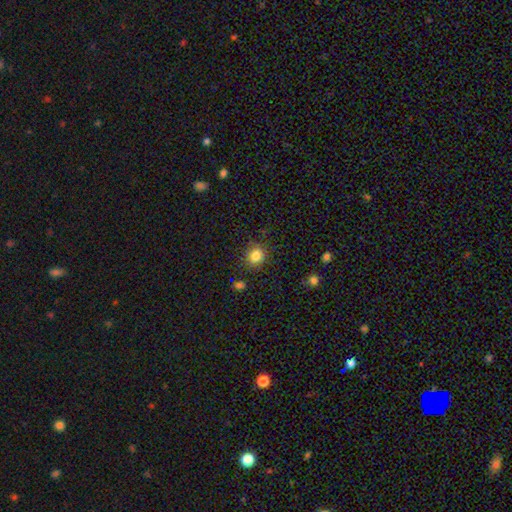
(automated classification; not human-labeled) A smooth galaxy with no disk features (83%) that is round (79%).

Vote fractions:
- Smooth or featured? smooth: 83% / star or artifact: 11% / featured or disk: 6%
- How rounded? round: 79% / in between: 20% / cigar-shaped: 1%
- Merging? none: 84% / minor disturbance: 11% / major disturbance: 3% / merger: 2%